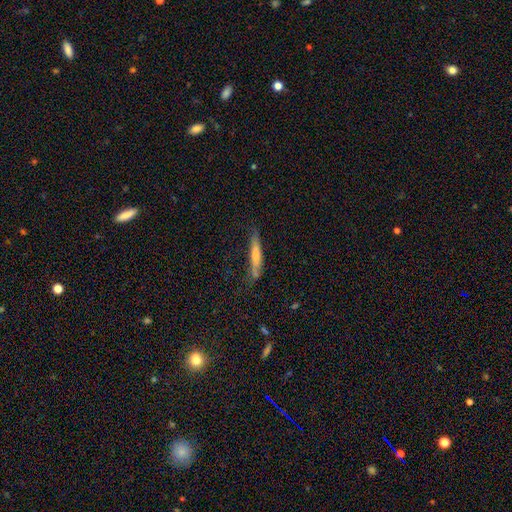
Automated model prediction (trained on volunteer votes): This appears to be a smooth galaxy with no disk features (64%) that is cigar-shaped (91%). Merging: none (67%).